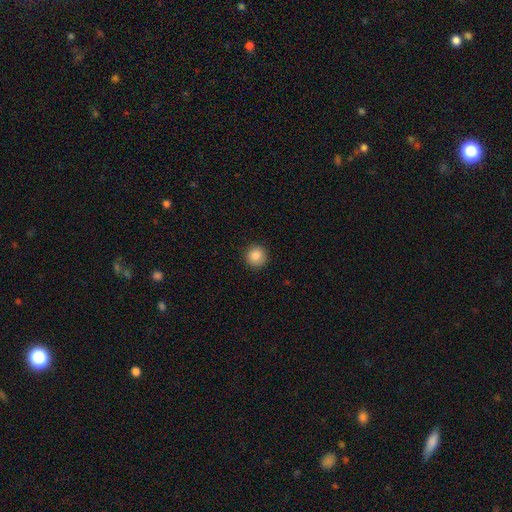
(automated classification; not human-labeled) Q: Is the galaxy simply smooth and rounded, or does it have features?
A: smooth — 87%.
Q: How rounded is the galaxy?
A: round — 95%.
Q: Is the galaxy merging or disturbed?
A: none — 92%.